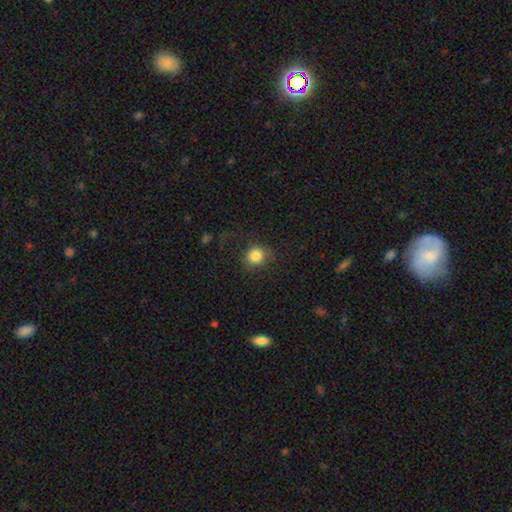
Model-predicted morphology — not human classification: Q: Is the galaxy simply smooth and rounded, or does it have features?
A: smooth — 84%.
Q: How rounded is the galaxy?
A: round — 84%.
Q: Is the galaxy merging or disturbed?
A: none — 78%.